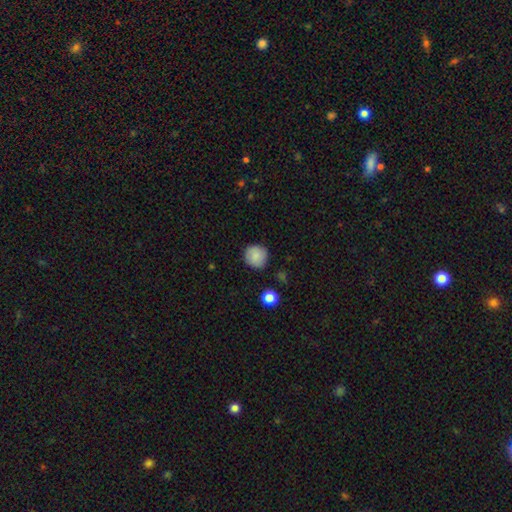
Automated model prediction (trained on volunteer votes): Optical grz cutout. It shows a smooth galaxy with no disk features (86%) that is round (93%). Merging: none (86%).